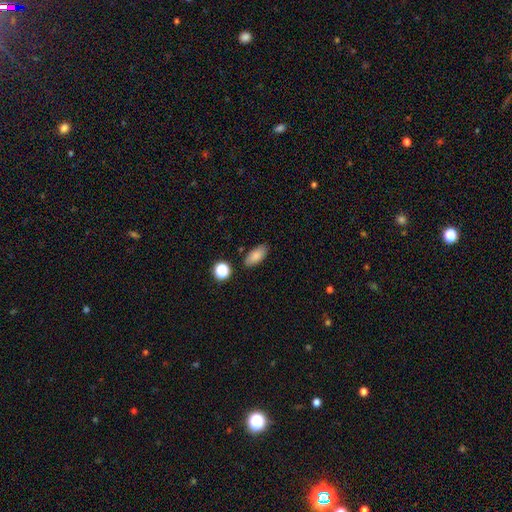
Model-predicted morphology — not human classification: Q: Smooth or featured?
A: smooth (83%); runner-up: star or artifact (9%)
Q: How rounded?
A: in between (90%); runner-up: cigar-shaped (6%)
Q: Merging?
A: none (83%); runner-up: minor disturbance (11%)